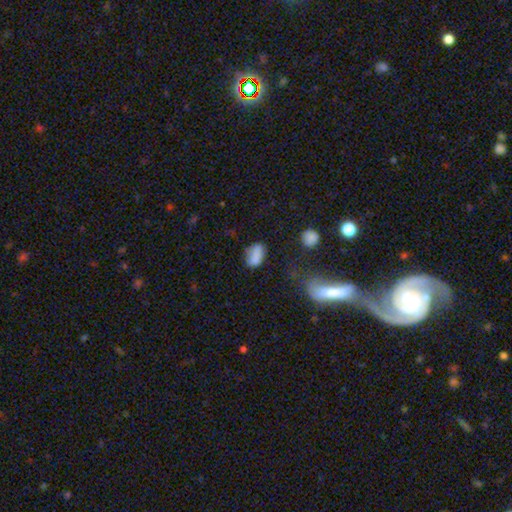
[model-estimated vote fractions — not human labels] Smooth or featured: smooth — 81% (star or artifact — 10%)
How rounded: in between — 87% (round — 10%)
Merging: none — 63% (minor disturbance — 24%)